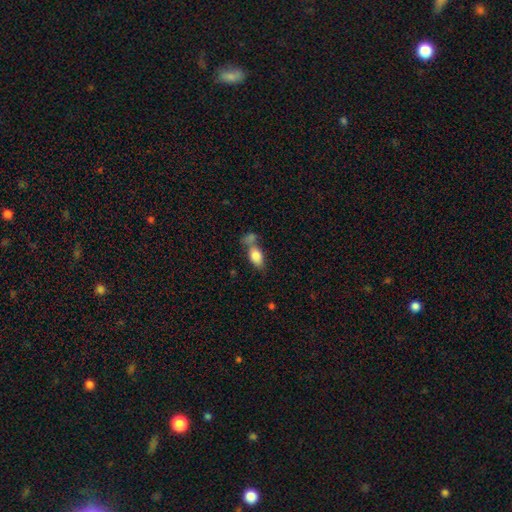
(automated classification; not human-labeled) Smooth or featured: smooth — 80% (featured or disk — 12%)
How rounded: in between — 87% (round — 8%)
Merging: none — 42% (merger — 38%)